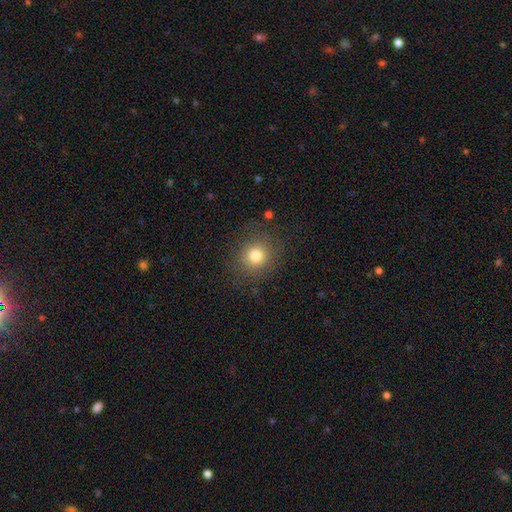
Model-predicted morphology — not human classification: smooth 78%, star or artifact 14%, featured or disk 8%. Down the decision tree: how rounded — round (88%); merging — none (85%).